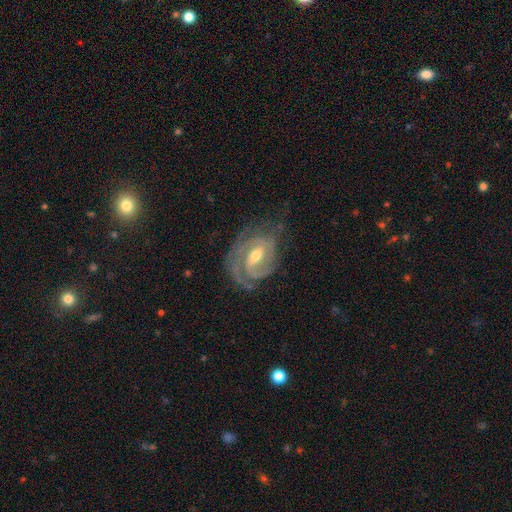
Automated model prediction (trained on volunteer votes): smooth_or_featured: featured or disk (p=0.89) [alt: smooth p=0.06]
disk_edge_on: no (p=0.97) [alt: yes p=0.03]
bar: weak (p=0.51) [alt: strong p=0.29]
has_spiral_arms: yes (p=0.96) [alt: no p=0.04]
spiral_winding: tight (p=0.61) [alt: medium p=0.31]
spiral_arm_count: 2 (p=0.56) [alt: can't tell p=0.14]
bulge_size: moderate (p=0.63) [alt: small p=0.32]
merging: none (p=0.64) [alt: minor disturbance p=0.22]